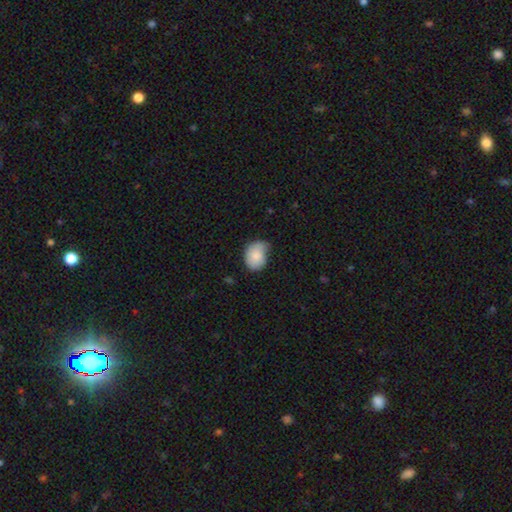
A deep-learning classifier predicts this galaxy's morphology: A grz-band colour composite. It shows a smooth galaxy with no disk features (83%) that is in between round and cigar-shaped (61%). Merging: minor disturbance (44%).